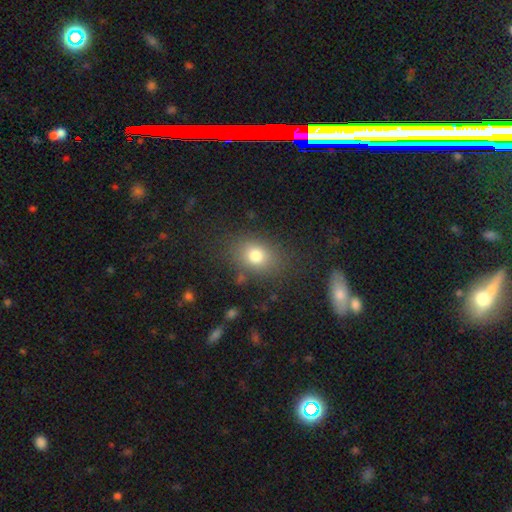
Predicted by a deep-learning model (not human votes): Smooth or featured? Predicted: smooth (p=0.77). How rounded? Predicted: in between (p=0.58). Merging? Predicted: none (p=0.80).